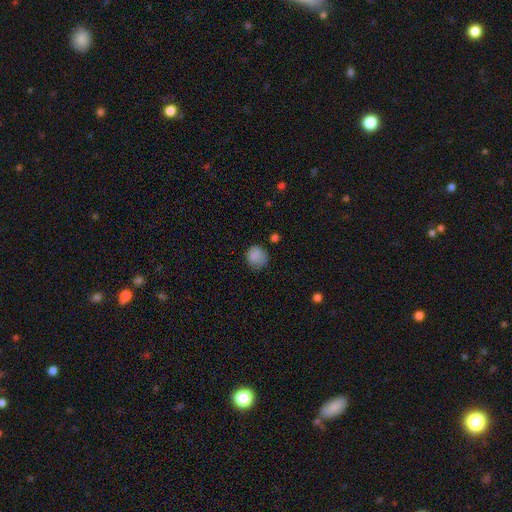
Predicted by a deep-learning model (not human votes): A smooth galaxy with no disk features (84%) that is round (84%). Merging: none (69%).